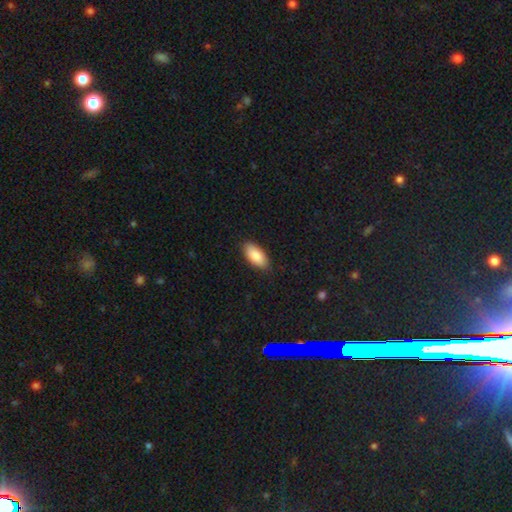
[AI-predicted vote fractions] This appears to be a smooth galaxy with no disk features (87%) that is in between round and cigar-shaped (92%). Merging: none (86%).